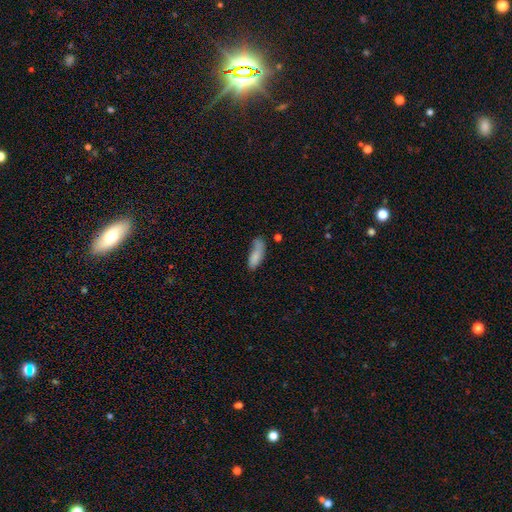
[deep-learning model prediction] Smooth or featured: smooth — 80% (featured or disk — 12%)
How rounded: in between — 70% (cigar-shaped — 28%)
Merging: none — 43% (minor disturbance — 30%)